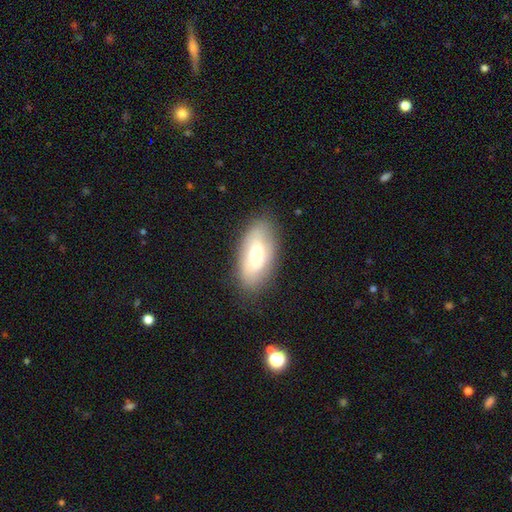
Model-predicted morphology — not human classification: The model was most divided on "smooth or featured": smooth: 59%, featured or disk: 33%, star or artifact: 8%. More confident: how rounded — in between (90%); merging — none (79%).